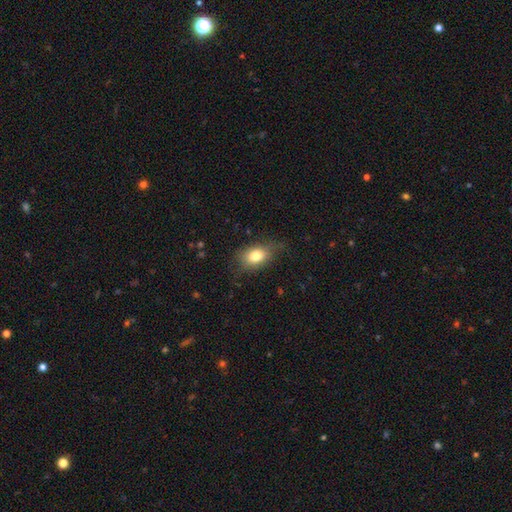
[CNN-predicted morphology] A smooth galaxy with no disk features (78%) that is in between round and cigar-shaped (78%).

Vote fractions:
- Smooth or featured? smooth: 78% / featured or disk: 13% / star or artifact: 9%
- How rounded? in between: 78% / round: 19% / cigar-shaped: 2%
- Merging? none: 64% / minor disturbance: 26% / major disturbance: 8% / merger: 1%